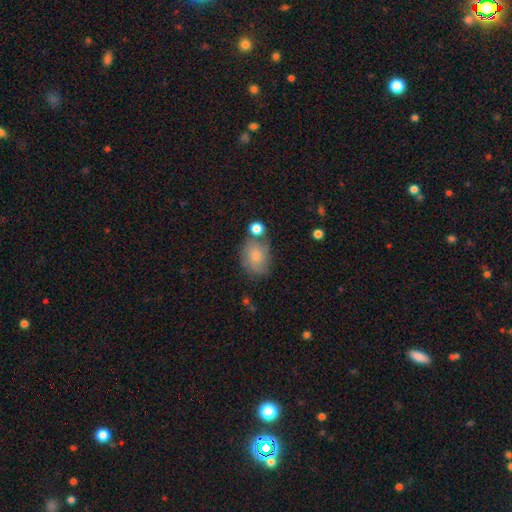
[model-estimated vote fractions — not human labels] Overall: smooth (75%). How rounded: in between (63%; round 35%). Merging: none (54%; minor disturbance 23%).